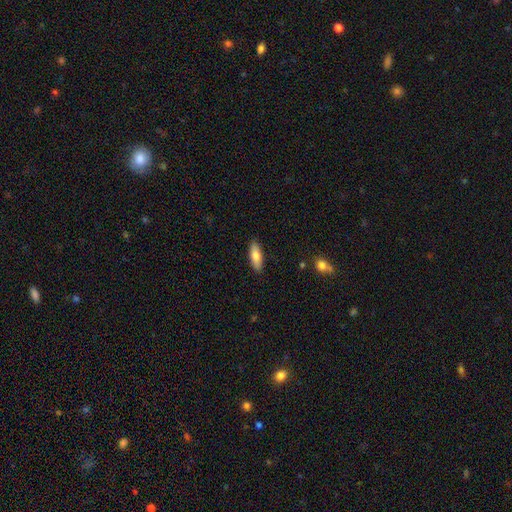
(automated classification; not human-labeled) Overall: smooth (76%). How rounded: in between (56%; cigar-shaped 42%). Merging: none (89%).